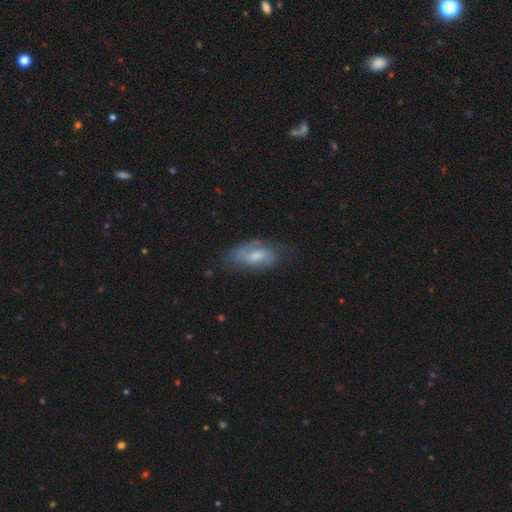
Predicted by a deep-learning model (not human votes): Smooth or featured?
  - featured or disk: 50% *
  - smooth: 43%
  - star or artifact: 7%
Edge-on disk?
  - no: 91% *
  - yes: 9%
Merging?
  - none: 60% *
  - minor disturbance: 26%
  - major disturbance: 11%
  - merger: 2%